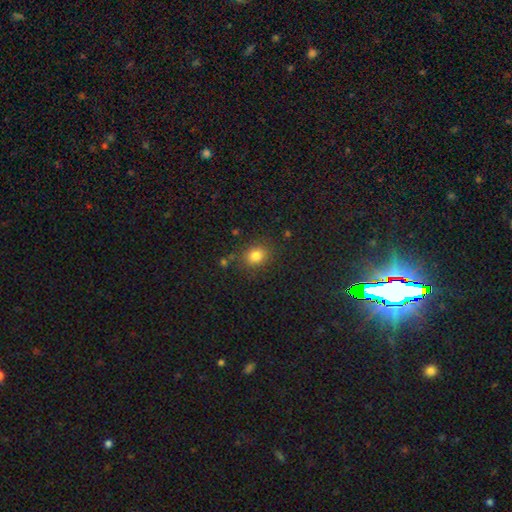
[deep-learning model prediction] This is clearly a smooth galaxy (82%). How rounded: possibly round (59%). Merging: clearly none (82%).